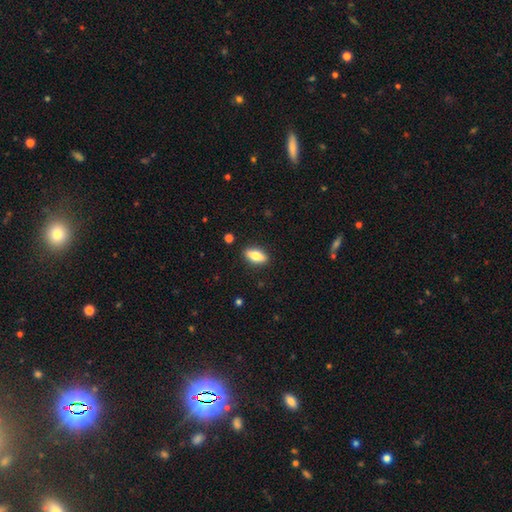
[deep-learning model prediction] Morphology: type=smooth (72%); roundness=in between (80%); merging=none (88%).